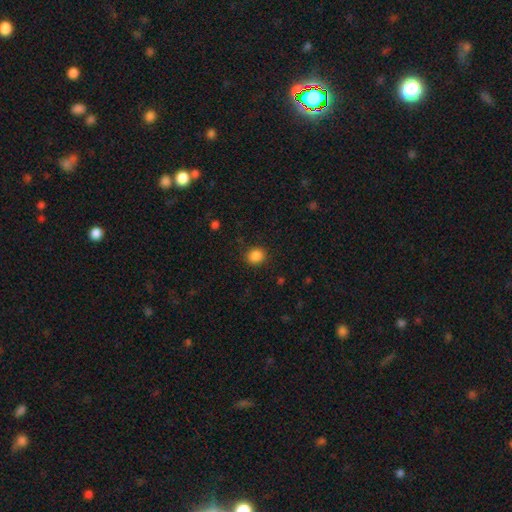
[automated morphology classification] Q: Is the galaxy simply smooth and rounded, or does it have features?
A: smooth — 86%.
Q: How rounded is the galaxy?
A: round — 73%.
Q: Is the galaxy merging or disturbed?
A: none — 88%.